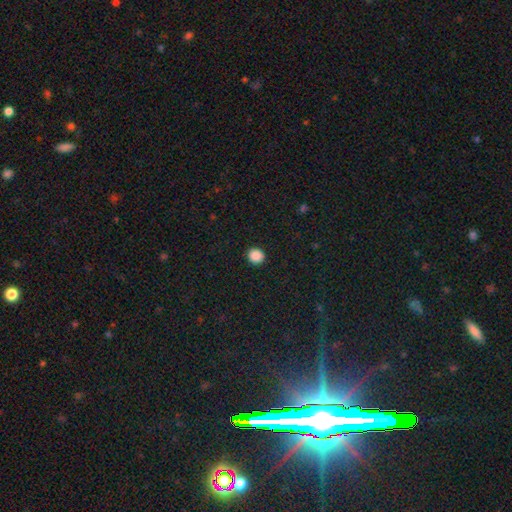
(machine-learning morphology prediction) A smooth galaxy with no disk features (88%) that is round (87%).

Vote fractions:
- Smooth or featured? smooth: 88% / star or artifact: 9% / featured or disk: 2%
- How rounded? round: 87% / in between: 12% / cigar-shaped: 1%
- Merging? none: 92% / minor disturbance: 5% / major disturbance: 2% / merger: 1%